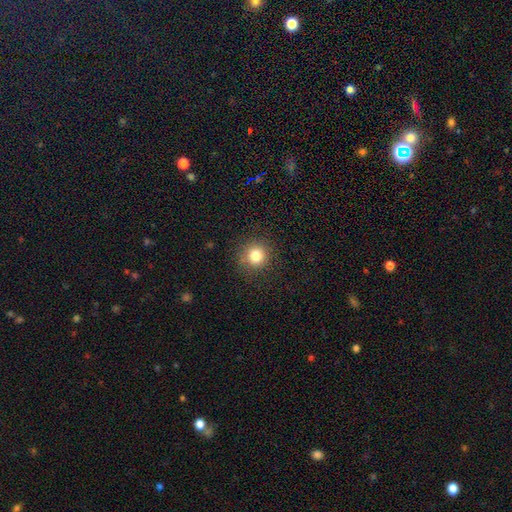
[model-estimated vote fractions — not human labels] smooth-or-featured: smooth: 81% | star or artifact: 13% | featured or disk: 6%
  how-rounded: round: 93% | in between: 6% | cigar-shaped: 1%
  merging: none: 88% | minor disturbance: 8% | major disturbance: 3% | merger: 1%